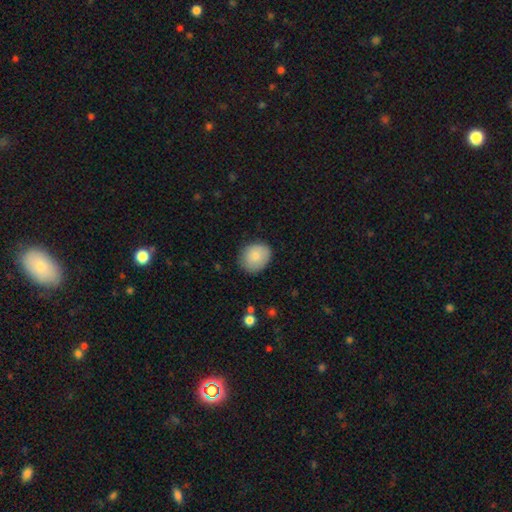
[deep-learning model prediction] smooth-or-featured: smooth: 84% | featured or disk: 9% | star or artifact: 7%
  how-rounded: round: 63% | in between: 36% | cigar-shaped: 1%
  merging: none: 79% | minor disturbance: 17% | major disturbance: 3% | merger: 1%